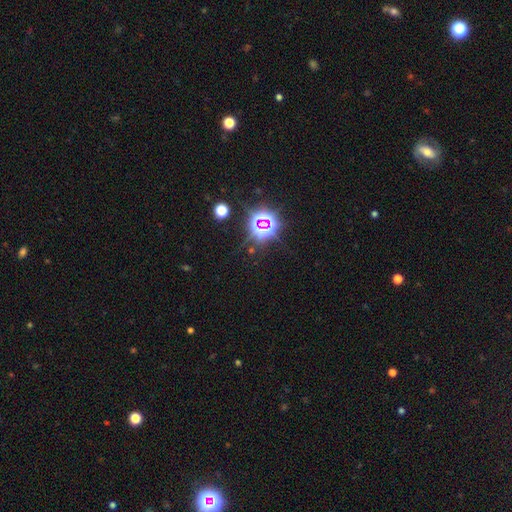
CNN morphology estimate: This is clearly a star or artifact rather than a galaxy (82%).